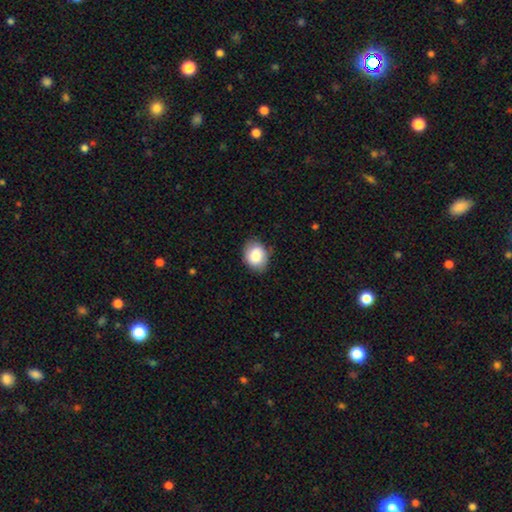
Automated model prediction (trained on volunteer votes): Smooth or featured? smooth (83%)
How rounded? in between (62%)
Merging? none (81%)